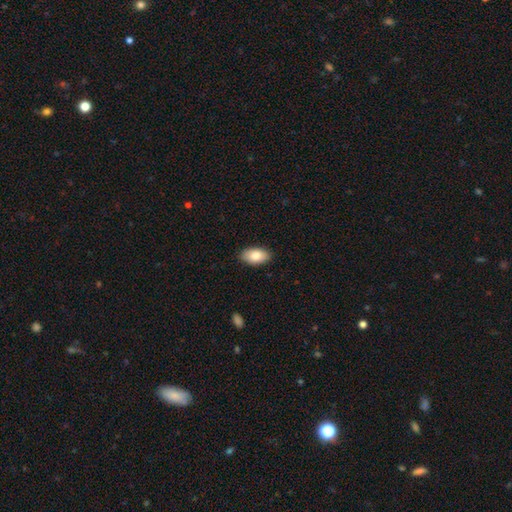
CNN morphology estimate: Smooth or featured? smooth (84%)
How rounded? in between (94%)
Merging? none (88%)